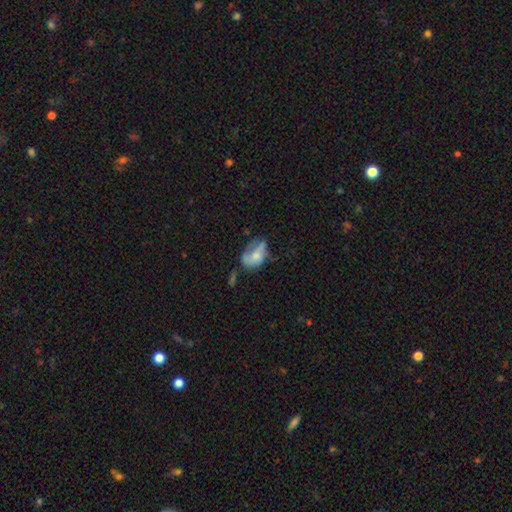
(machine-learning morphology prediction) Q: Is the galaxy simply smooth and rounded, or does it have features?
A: smooth — 56%.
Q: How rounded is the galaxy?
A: in between — 83%.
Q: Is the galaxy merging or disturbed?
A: minor disturbance — 34%.